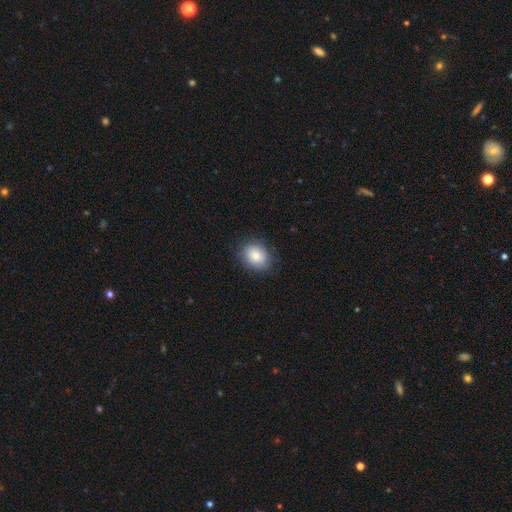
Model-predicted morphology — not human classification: Smooth or featured? Predicted: smooth (p=0.82). How rounded? Predicted: round (p=0.53). Merging? Predicted: none (p=0.82).